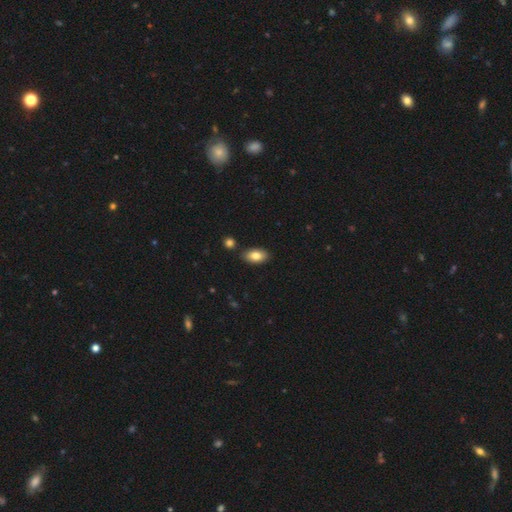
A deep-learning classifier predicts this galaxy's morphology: A smooth galaxy with no disk features (82%) that is in between round and cigar-shaped (93%).

Vote fractions:
- Smooth or featured? smooth: 82% / featured or disk: 11% / star or artifact: 7%
- How rounded? in between: 93% / round: 5% / cigar-shaped: 3%
- Merging? none: 84% / minor disturbance: 10% / merger: 4% / major disturbance: 2%